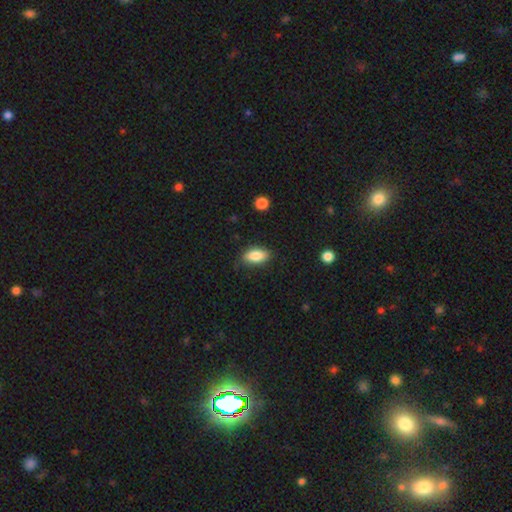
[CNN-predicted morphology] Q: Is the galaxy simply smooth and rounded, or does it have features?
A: smooth — 83%.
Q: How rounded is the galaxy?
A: in between — 87%.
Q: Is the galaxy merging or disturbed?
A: none — 81%.